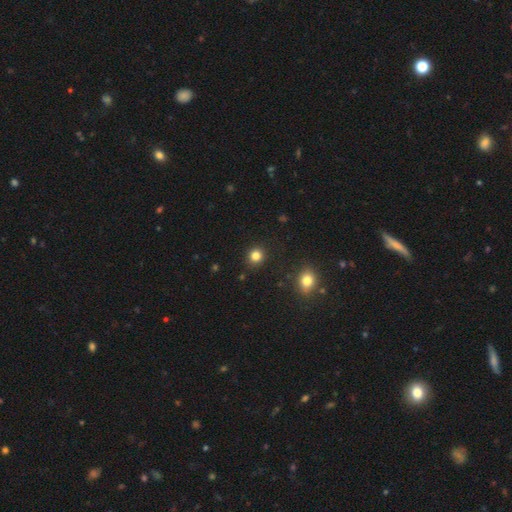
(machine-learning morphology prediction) A smooth galaxy with no disk features (82%) that is round (86%). Merging: none (89%).